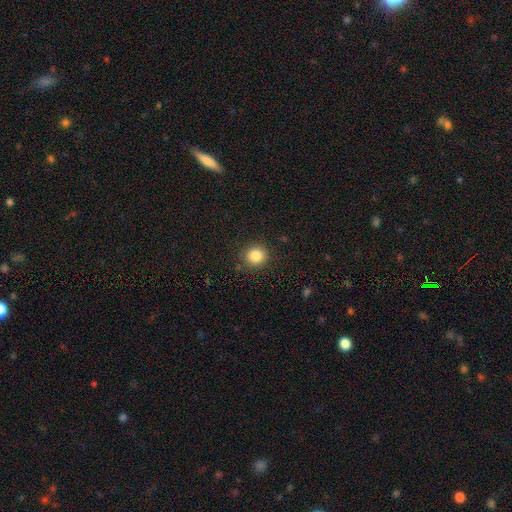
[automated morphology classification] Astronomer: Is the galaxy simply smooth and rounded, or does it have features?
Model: smooth — 85%.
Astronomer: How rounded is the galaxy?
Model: round — 90%.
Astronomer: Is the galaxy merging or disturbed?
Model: none — 89%.